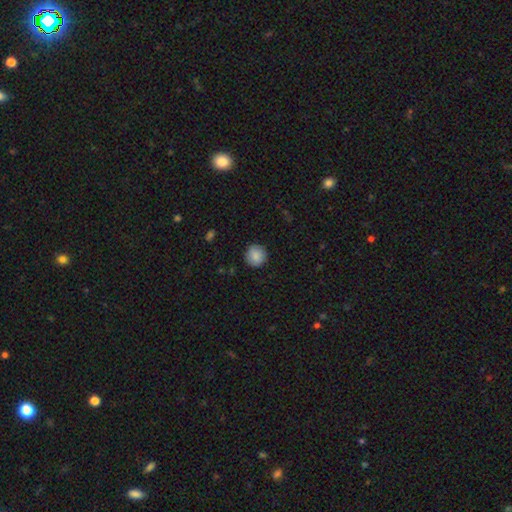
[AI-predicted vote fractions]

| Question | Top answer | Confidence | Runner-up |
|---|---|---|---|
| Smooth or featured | smooth | 87% | star or artifact (8%) |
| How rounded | round | 94% | in between (5%) |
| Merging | none | 90% | minor disturbance (7%) |